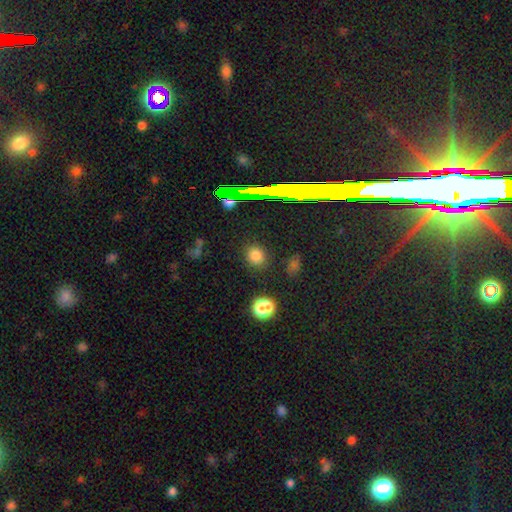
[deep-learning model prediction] Q: Smooth or featured?
A: smooth (78%); runner-up: star or artifact (17%)
Q: How rounded?
A: round (73%); runner-up: in between (26%)
Q: Merging?
A: none (87%); runner-up: minor disturbance (8%)